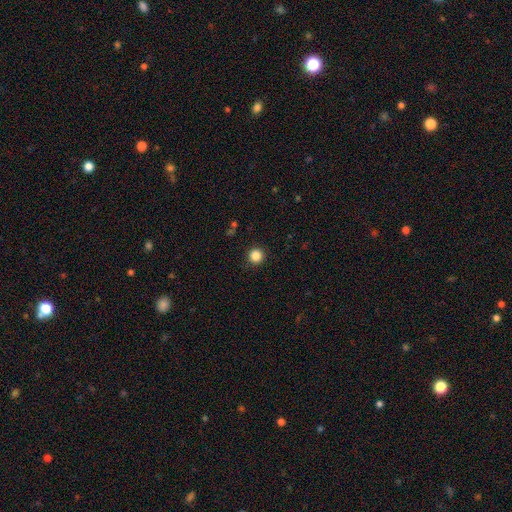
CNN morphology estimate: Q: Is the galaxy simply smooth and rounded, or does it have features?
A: smooth — 85%.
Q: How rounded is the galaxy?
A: round — 96%.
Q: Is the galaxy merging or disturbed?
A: none — 92%.